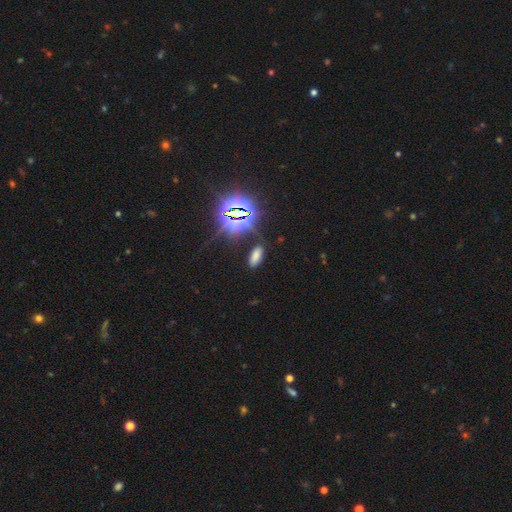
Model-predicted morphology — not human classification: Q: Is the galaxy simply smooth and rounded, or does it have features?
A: smooth — 59%.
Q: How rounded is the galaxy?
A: in between — 83%.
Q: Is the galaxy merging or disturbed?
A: none — 83%.